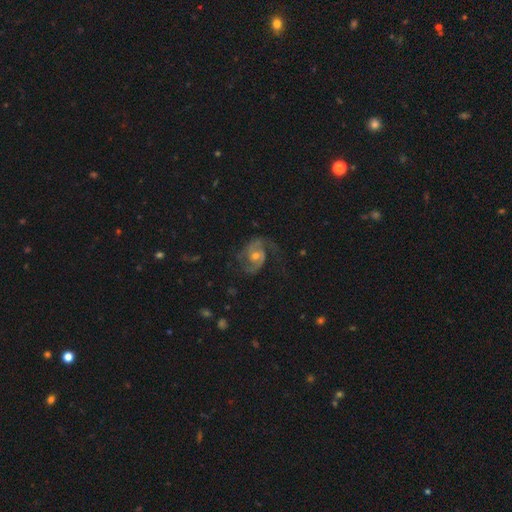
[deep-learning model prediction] Overall: featured or disk (86%). Edge-on disk: no (98%). Bar: no (59%; weak 33%). Spiral arms: yes (96%). Spiral arm count: 2 (89%). Spiral winding: medium (53%; loose 25%). Bulge size: moderate (61%; small 34%). Merging: none (65%).